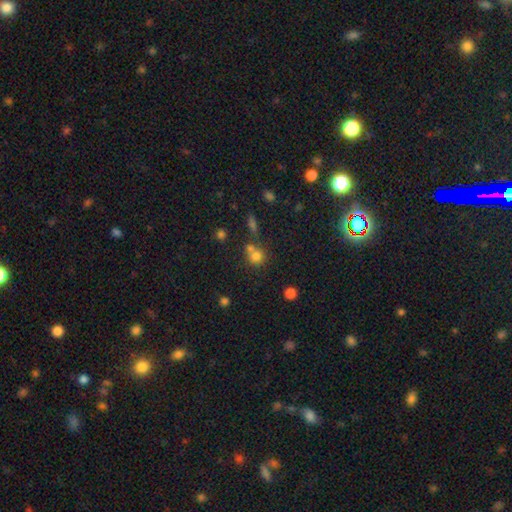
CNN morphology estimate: This is likely a smooth galaxy (74%). How rounded: clearly round (85%). Merging: possibly none (47%).